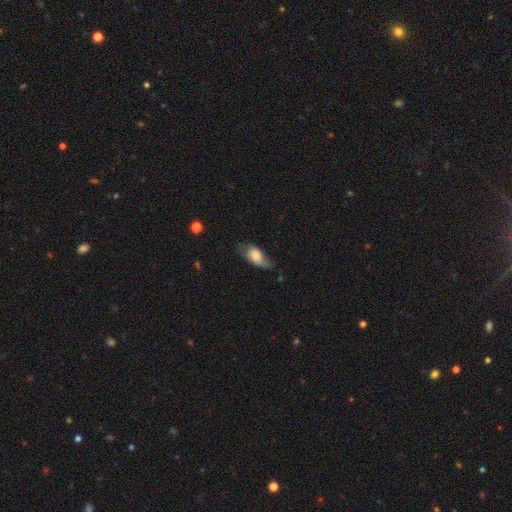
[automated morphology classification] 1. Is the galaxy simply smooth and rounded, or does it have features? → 64% smooth, 29% featured or disk, 7% star or artifact.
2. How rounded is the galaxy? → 87% in between, 8% cigar-shaped, 6% round.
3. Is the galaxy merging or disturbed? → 52% none, 32% minor disturbance, 15% major disturbance, 2% merger.